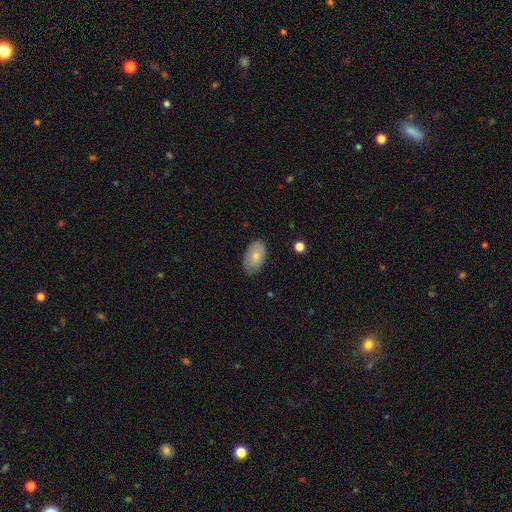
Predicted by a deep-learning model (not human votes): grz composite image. It shows a smooth galaxy with no disk features (74%) that is in between round and cigar-shaped (93%). Merging: none (78%).